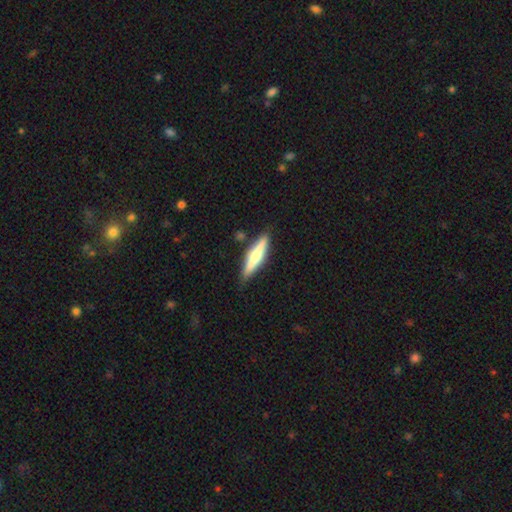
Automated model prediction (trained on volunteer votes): smooth 50%, featured or disk 44%, star or artifact 6%. Down the decision tree: merging — none (83%).